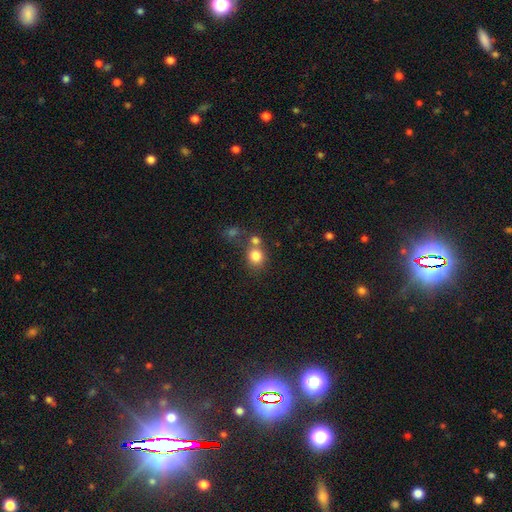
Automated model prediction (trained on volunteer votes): This is clearly a smooth galaxy (81%). How rounded: clearly round (82%). Merging: possibly none (57%).